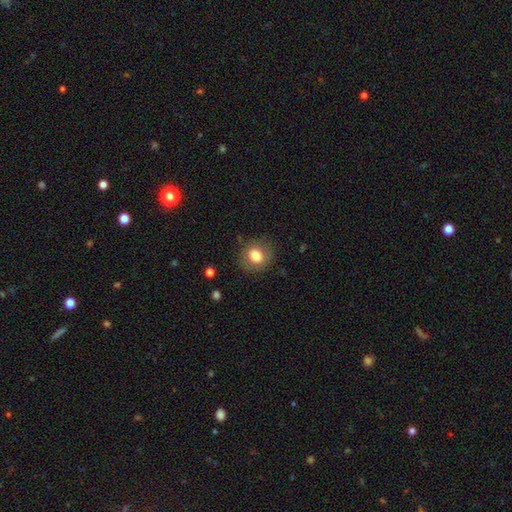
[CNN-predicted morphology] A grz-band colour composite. It shows a smooth galaxy with no disk features (78%) that is round (75%). Merging: none (83%).